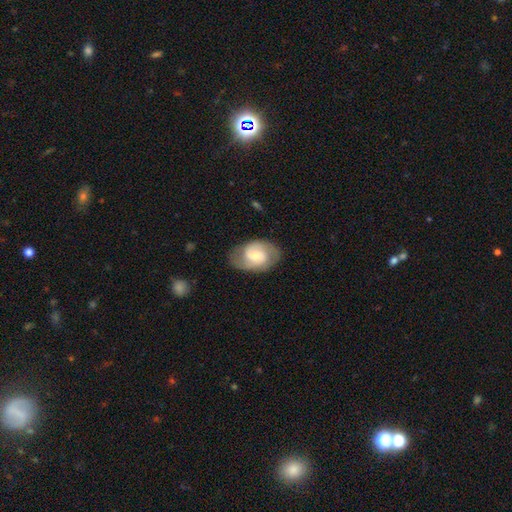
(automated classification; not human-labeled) smooth_or_featured: featured or disk (p=0.67) [alt: smooth p=0.28]
disk_edge_on: no (p=0.96) [alt: yes p=0.04]
bar: weak (p=0.49) [alt: no p=0.38]
has_spiral_arms: yes (p=0.88) [alt: no p=0.12]
spiral_winding: medium (p=0.49) [alt: tight p=0.30]
spiral_arm_count: 2 (p=0.81) [alt: can't tell p=0.10]
bulge_size: moderate (p=0.48) [alt: small p=0.45]
merging: none (p=0.76) [alt: minor disturbance p=0.17]